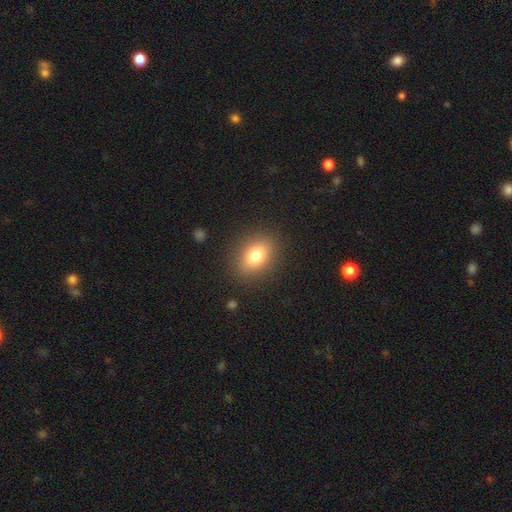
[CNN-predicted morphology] Smooth or featured: smooth — 78% (featured or disk — 12%)
How rounded: in between — 74% (round — 24%)
Merging: none — 87% (minor disturbance — 9%)